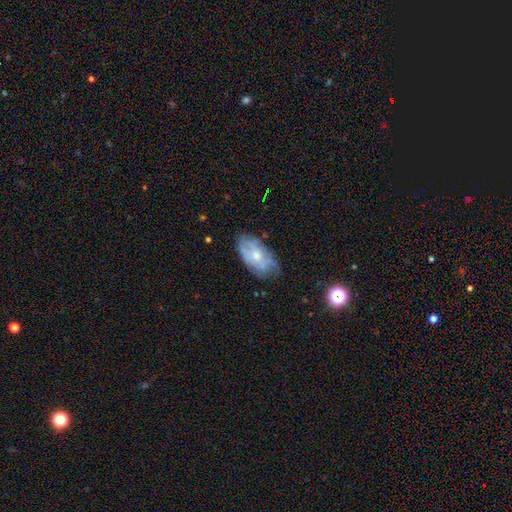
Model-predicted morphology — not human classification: A featured or disk galaxy (50%).

Vote fractions:
- Smooth or featured? featured or disk: 50% / smooth: 43% / star or artifact: 7%
- Merging? none: 64% / minor disturbance: 26% / major disturbance: 8% / merger: 2%